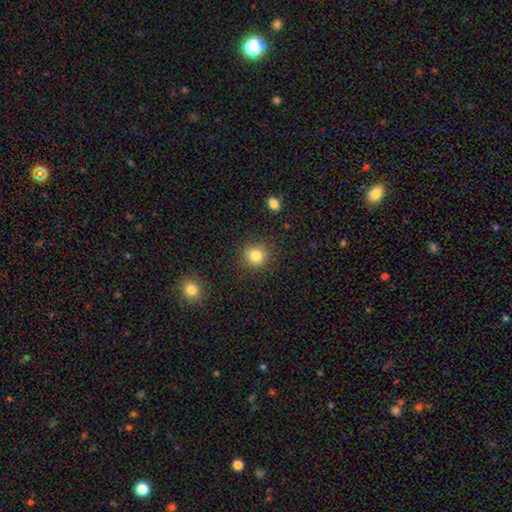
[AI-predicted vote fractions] Smooth or featured? Predicted: smooth (p=0.83). How rounded? Predicted: round (p=0.87). Merging? Predicted: none (p=0.86).